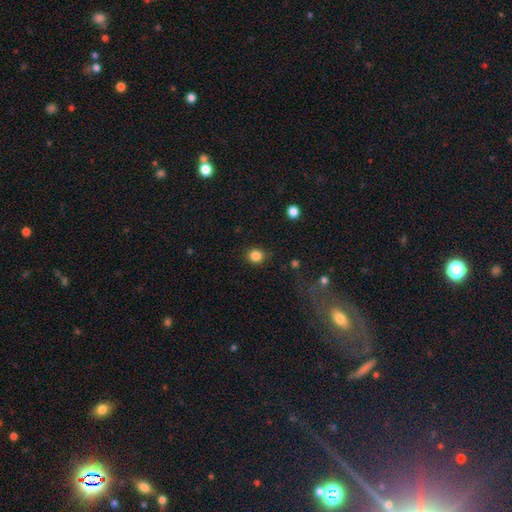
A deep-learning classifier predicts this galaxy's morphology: smooth_or_featured: smooth (p=0.85) [alt: star or artifact p=0.11]
how_rounded: round (p=0.86) [alt: in between p=0.14]
merging: none (p=0.85) [alt: minor disturbance p=0.10]